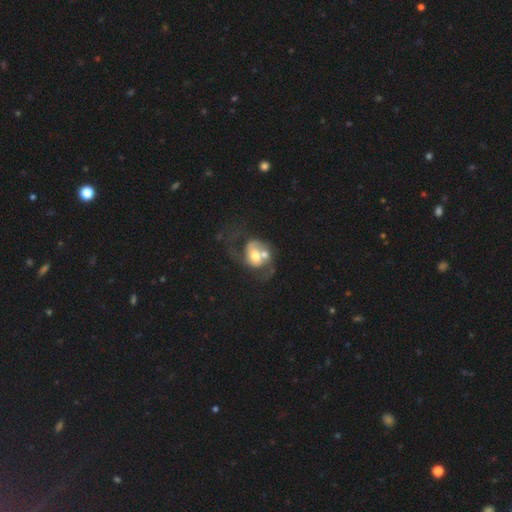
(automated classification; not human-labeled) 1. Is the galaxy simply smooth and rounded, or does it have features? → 67% featured or disk, 26% smooth, 7% star or artifact.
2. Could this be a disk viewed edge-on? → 97% no, 3% yes.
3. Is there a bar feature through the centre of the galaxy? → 65% no, 27% weak, 8% strong.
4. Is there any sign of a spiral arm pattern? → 76% yes, 24% no.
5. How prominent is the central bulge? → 62% moderate, 17% large, 16% small, 2% dominant, 2% none.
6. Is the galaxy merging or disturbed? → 46% merger, 22% major disturbance, 21% none, 11% minor disturbance.